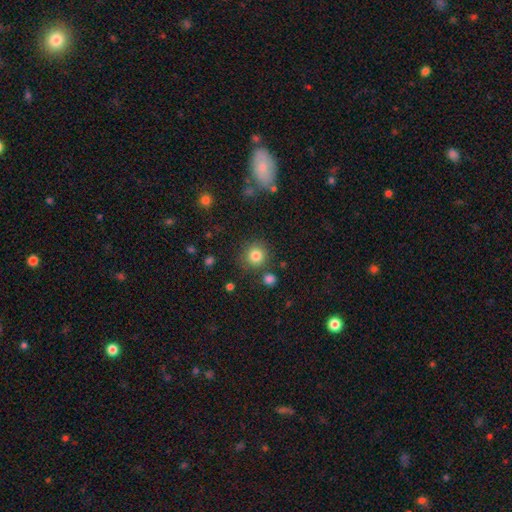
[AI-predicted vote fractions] Smooth or featured? smooth (82%)
How rounded? round (92%)
Merging? none (84%)